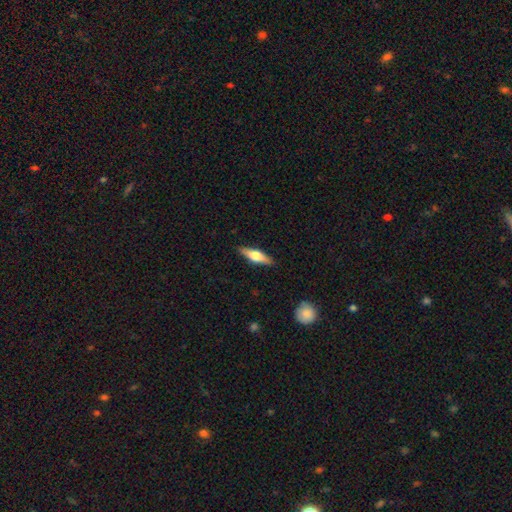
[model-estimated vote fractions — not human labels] Smooth or featured: featured or disk — 49% (smooth — 45%)
Merging: none — 88% (minor disturbance — 9%)